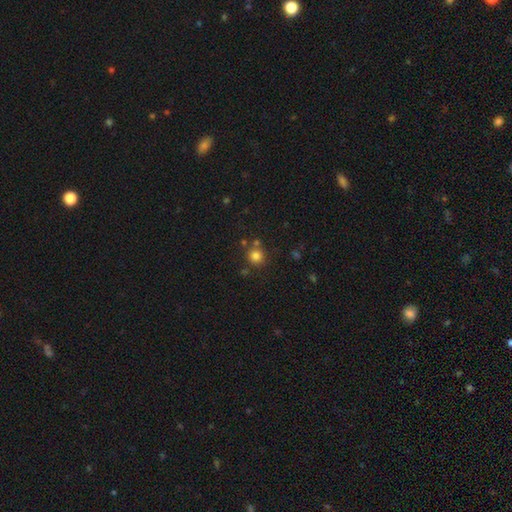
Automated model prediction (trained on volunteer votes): Smooth or featured? smooth (81%)
How rounded? round (93%)
Merging? none (76%)